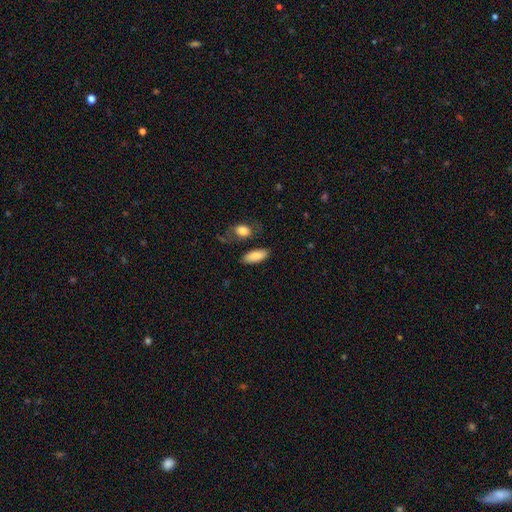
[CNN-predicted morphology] The model was most divided on "merging": none: 76%, minor disturbance: 13%, merger: 7%, major disturbance: 4%. More confident: smooth or featured — smooth (84%); how rounded — in between (81%).